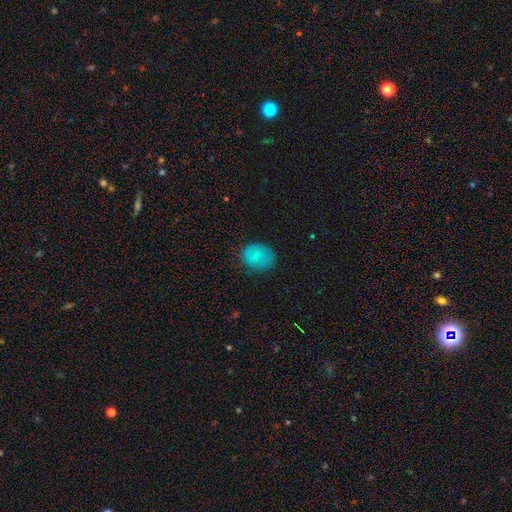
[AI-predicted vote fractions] smooth-or-featured: smooth: 76% | star or artifact: 14% | featured or disk: 10%
  how-rounded: in between: 52% | round: 47% | cigar-shaped: 1%
  merging: none: 79% | minor disturbance: 16% | major disturbance: 4% | merger: 1%